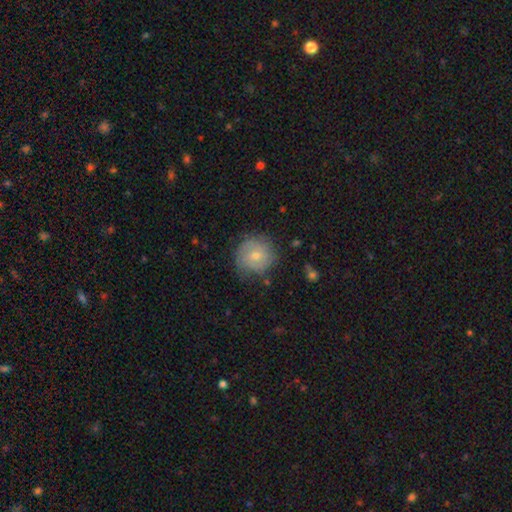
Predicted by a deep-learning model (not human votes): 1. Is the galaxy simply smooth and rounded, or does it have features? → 49% smooth, 41% featured or disk, 10% star or artifact.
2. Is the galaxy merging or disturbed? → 77% none, 17% minor disturbance, 5% major disturbance, 1% merger.